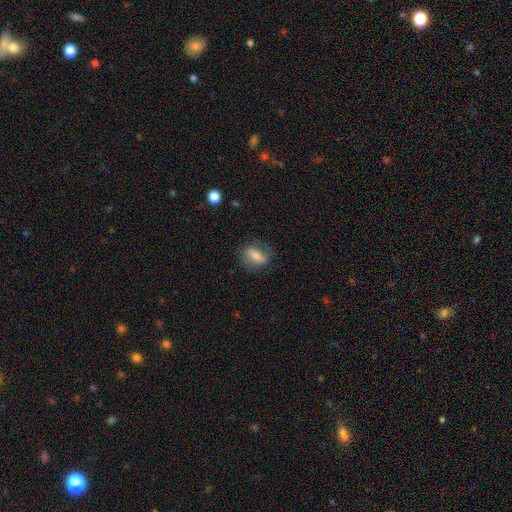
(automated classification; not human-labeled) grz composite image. It shows a smooth galaxy with no disk features (64%) that is in between round and cigar-shaped (73%). Merging: none (70%).